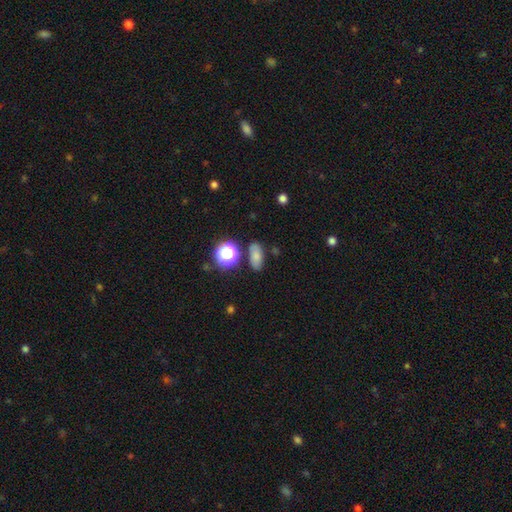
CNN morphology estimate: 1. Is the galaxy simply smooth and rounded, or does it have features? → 72% smooth, 16% star or artifact, 11% featured or disk.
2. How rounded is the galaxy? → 79% in between, 14% round, 7% cigar-shaped.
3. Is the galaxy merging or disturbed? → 78% none, 12% minor disturbance, 5% merger, 4% major disturbance.